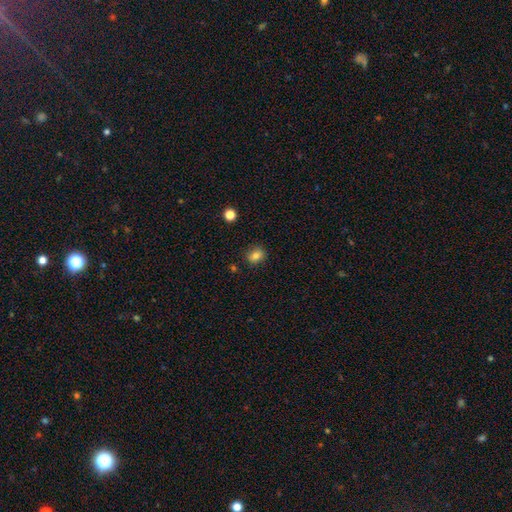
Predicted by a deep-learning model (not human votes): A smooth galaxy with no disk features (82%) that is round (52%).

Vote fractions:
- Smooth or featured? smooth: 82% / star or artifact: 11% / featured or disk: 7%
- How rounded? round: 52% / in between: 47% / cigar-shaped: 1%
- Merging? none: 86% / minor disturbance: 10% / major disturbance: 2% / merger: 2%